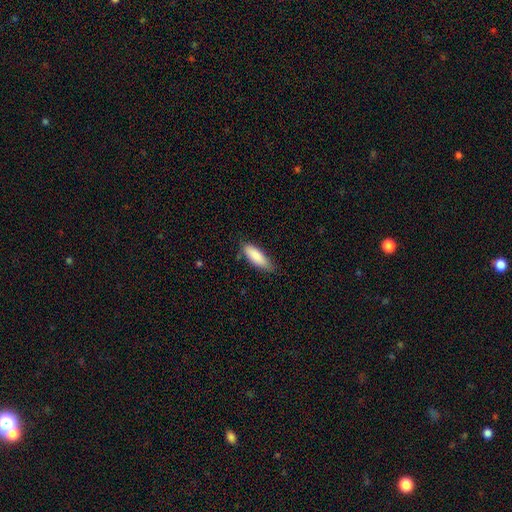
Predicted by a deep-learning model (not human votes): A smooth galaxy with no disk features (87%) that is in between round and cigar-shaped (58%). Merging: none (75%).